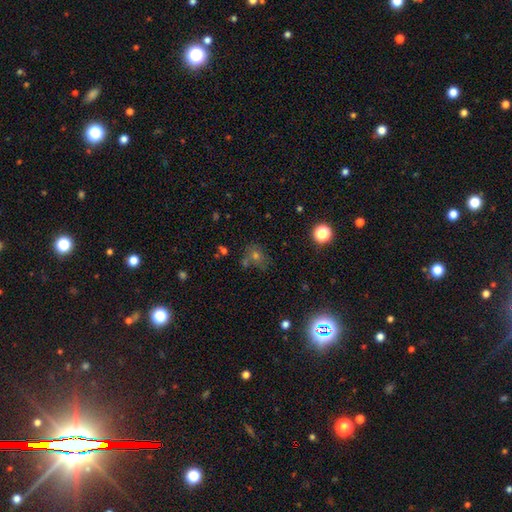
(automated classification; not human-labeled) Morphology: type=smooth (43%); merging=none (64%).